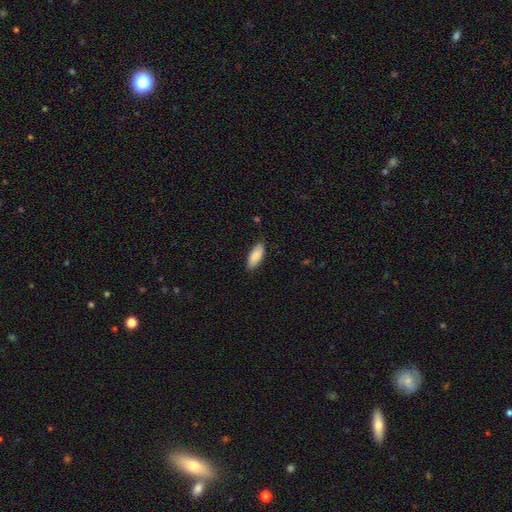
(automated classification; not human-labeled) smooth 88%, featured or disk 7%, star or artifact 6%. Down the decision tree: how rounded — in between (81%); merging — none (84%).